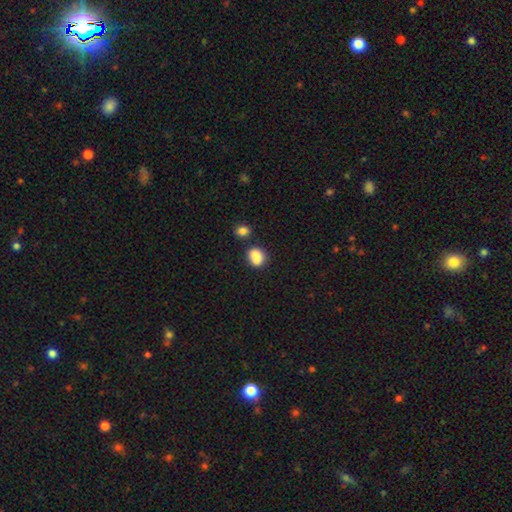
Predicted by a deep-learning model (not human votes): smooth 82%, star or artifact 9%, featured or disk 9%. Down the decision tree: how rounded — round (58%); merging — none (50%).